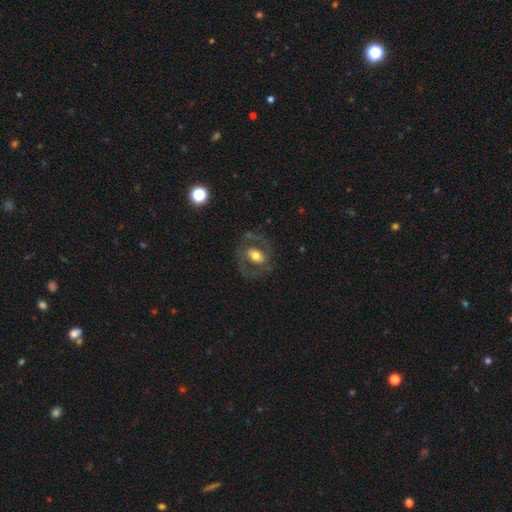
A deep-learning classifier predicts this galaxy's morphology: Smooth or featured: featured or disk — 69% (smooth — 24%)
Edge-on disk: no — 96% (yes — 4%)
Bar: no — 45% (weak — 35%)
Spiral arms: yes — 76% (no — 24%)
Spiral winding: medium — 53% (tight — 27%)
Spiral arm count: 2 — 86% (can't tell — 7%)
Bulge size: moderate — 64% (large — 21%)
Merging: none — 72% (minor disturbance — 14%)